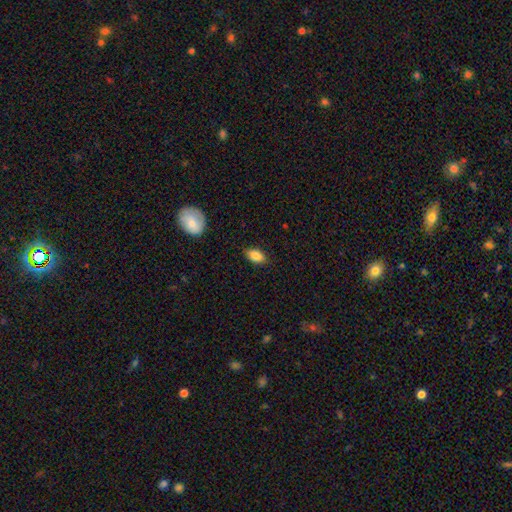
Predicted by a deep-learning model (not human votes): Smooth or featured? Predicted: smooth (p=0.85). How rounded? Predicted: in between (p=0.90). Merging? Predicted: none (p=0.84).